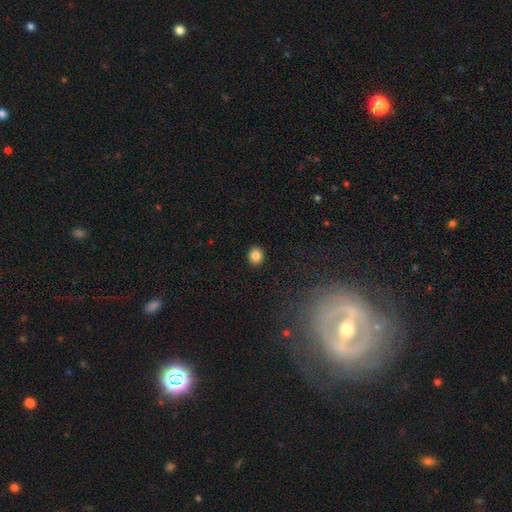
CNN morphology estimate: A smooth galaxy with no disk features (84%) that is round (77%).

Vote fractions:
- Smooth or featured? smooth: 84% / star or artifact: 11% / featured or disk: 5%
- How rounded? round: 77% / in between: 23% / cigar-shaped: 1%
- Merging? none: 92% / minor disturbance: 5% / major disturbance: 2% / merger: 1%